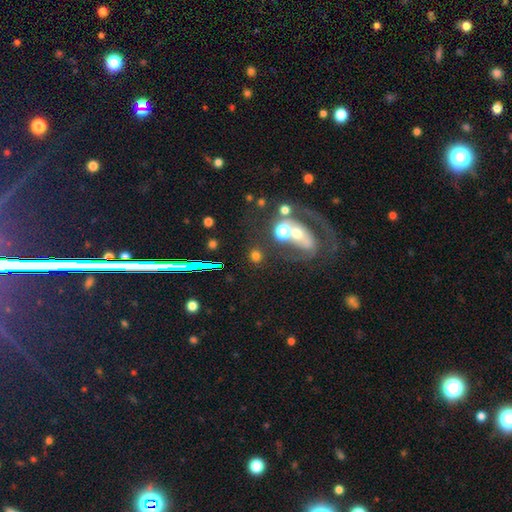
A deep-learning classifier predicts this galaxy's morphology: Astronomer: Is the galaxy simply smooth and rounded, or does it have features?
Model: smooth — 65%.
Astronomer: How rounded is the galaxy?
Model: round — 82%.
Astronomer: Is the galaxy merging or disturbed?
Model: none — 65%.